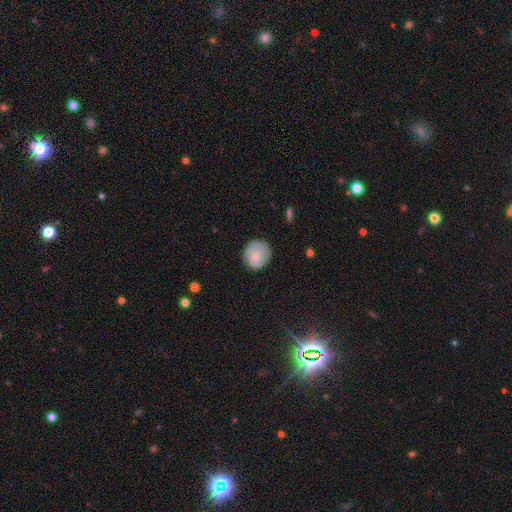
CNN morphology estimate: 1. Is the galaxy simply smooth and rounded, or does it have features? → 53% smooth, 40% featured or disk, 7% star or artifact.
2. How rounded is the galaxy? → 87% round, 12% in between, 1% cigar-shaped.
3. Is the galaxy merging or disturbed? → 80% none, 15% minor disturbance, 4% major disturbance, 1% merger.